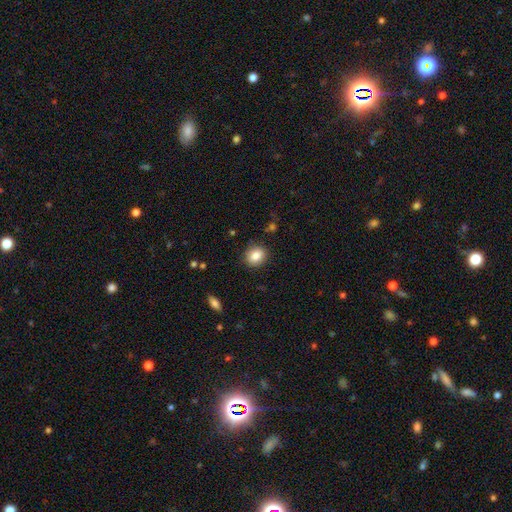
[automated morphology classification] Smooth or featured? smooth (84%)
How rounded? round (72%)
Merging? none (88%)